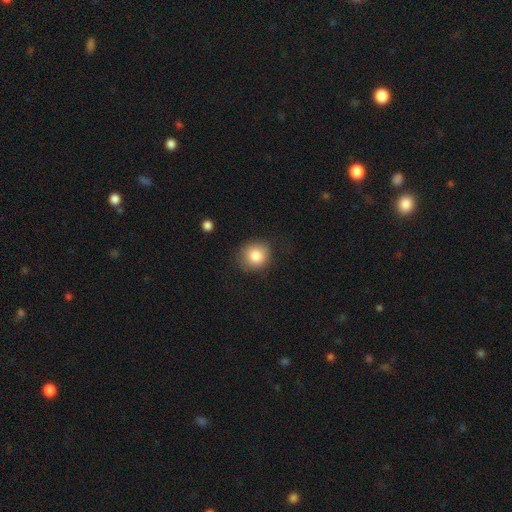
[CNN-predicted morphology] Smooth or featured? smooth (84%)
How rounded? round (85%)
Merging? none (82%)